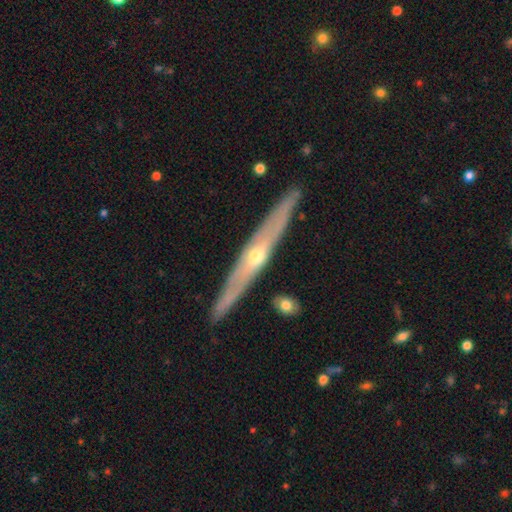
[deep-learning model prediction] Overall: featured or disk (75%). Edge-on disk: yes (91%). Edge-on bulge: rounded (83%). Merging: none (85%).